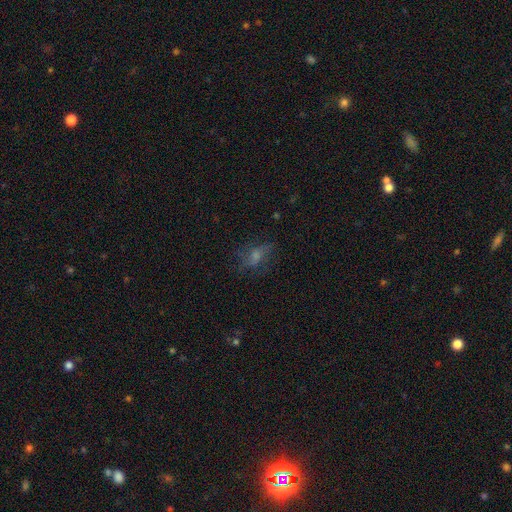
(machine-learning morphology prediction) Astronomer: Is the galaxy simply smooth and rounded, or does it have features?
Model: smooth — 38% (runner-up: featured or disk, 37%).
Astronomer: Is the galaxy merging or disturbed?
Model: none — 63%.